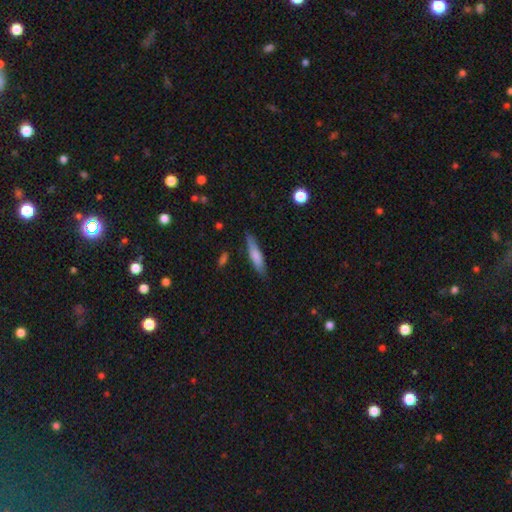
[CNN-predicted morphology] A smooth galaxy with no disk features (74%) that is cigar-shaped (76%).

Vote fractions:
- Smooth or featured? smooth: 74% / featured or disk: 20% / star or artifact: 6%
- How rounded? cigar-shaped: 76% / in between: 22% / round: 2%
- Merging? none: 82% / minor disturbance: 14% / major disturbance: 3% / merger: 2%